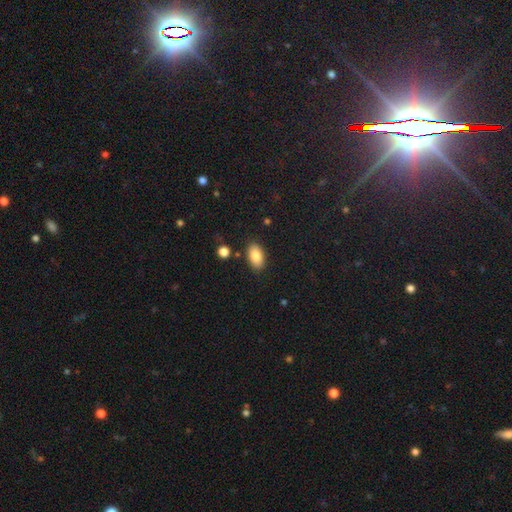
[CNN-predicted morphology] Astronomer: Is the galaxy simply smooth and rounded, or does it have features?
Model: smooth — 85%.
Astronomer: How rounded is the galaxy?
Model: in between — 93%.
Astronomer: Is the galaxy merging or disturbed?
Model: none — 85%.